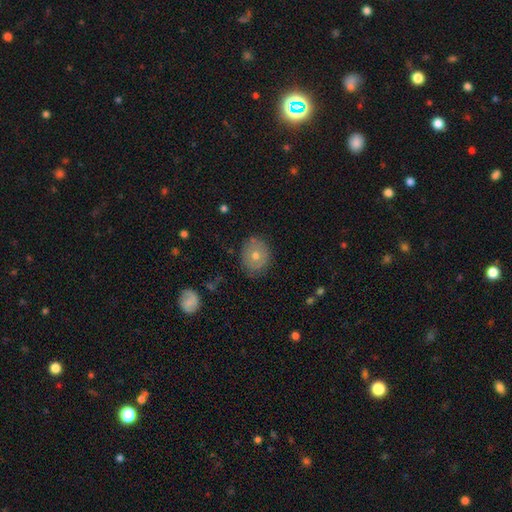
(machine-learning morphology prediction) This appears to be a smooth galaxy with no disk features (55%) that is round (65%). Merging: none (82%).